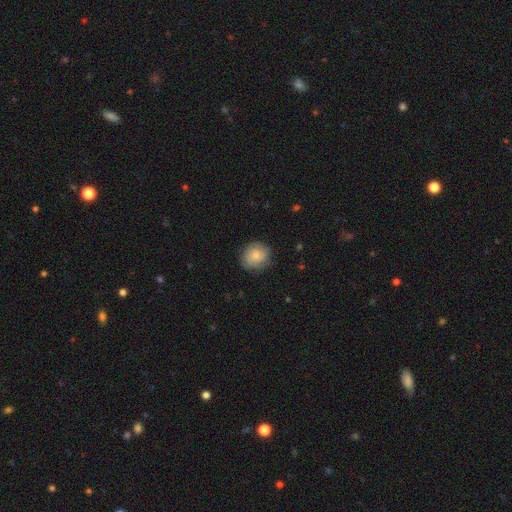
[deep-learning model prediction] Morphology: type=smooth (75%); roundness=round (77%); merging=none (76%).